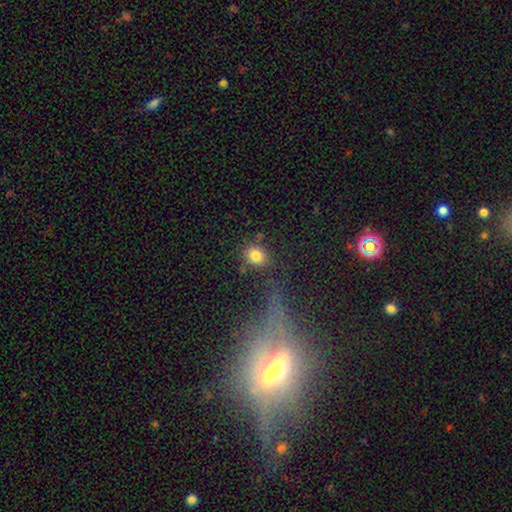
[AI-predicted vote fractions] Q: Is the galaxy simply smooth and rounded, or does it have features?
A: smooth — 81%.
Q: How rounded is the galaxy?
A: round — 66%.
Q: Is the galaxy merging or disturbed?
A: none — 75%.